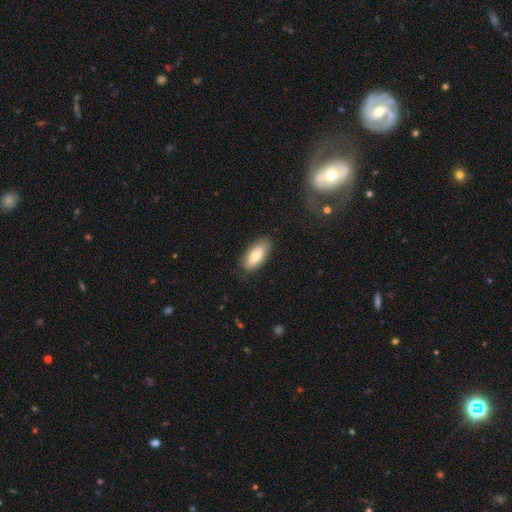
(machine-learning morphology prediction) This is likely a smooth galaxy (76%). How rounded: clearly in between (88%). Merging: clearly none (82%).